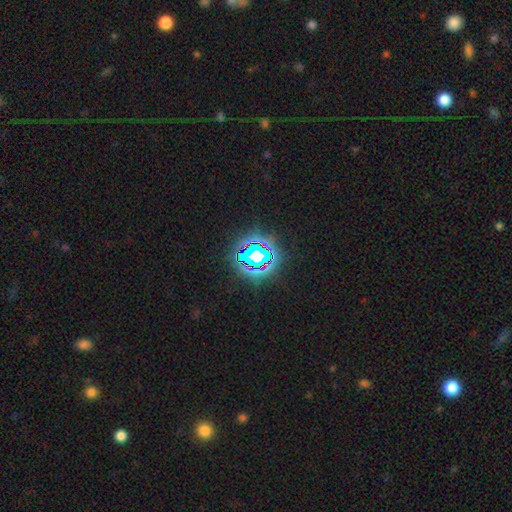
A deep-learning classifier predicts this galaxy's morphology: This is likely a star or artifact rather than a galaxy (72%).